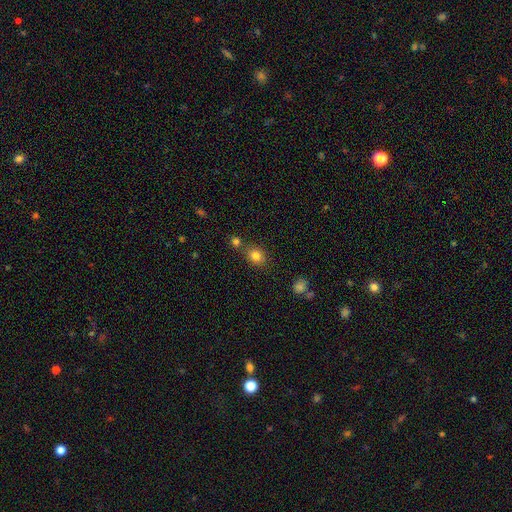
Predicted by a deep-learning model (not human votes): This is clearly a smooth galaxy (82%). How rounded: likely round (65%). Merging: likely none (69%).